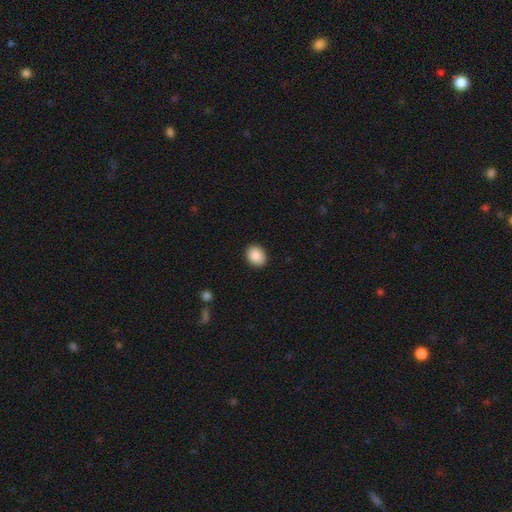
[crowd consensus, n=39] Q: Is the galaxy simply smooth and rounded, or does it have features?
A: smooth — 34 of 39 (87%).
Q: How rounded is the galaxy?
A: round — 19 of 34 (56%).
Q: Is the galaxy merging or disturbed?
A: none — 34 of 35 (97%).